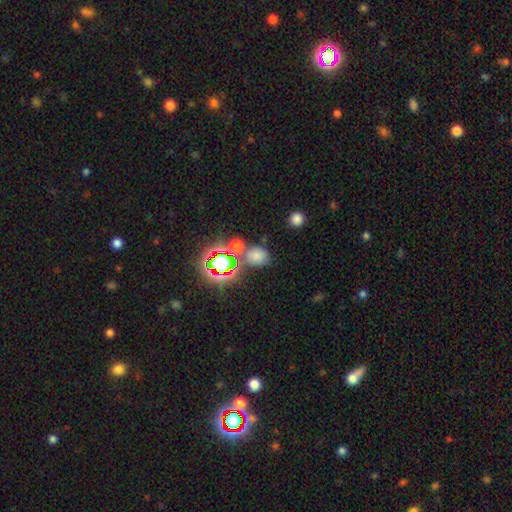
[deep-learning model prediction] smooth-or-featured: smooth: 61% | star or artifact: 30% | featured or disk: 8%
  how-rounded: in between: 51% | round: 48% | cigar-shaped: 1%
  merging: none: 66% | minor disturbance: 14% | merger: 13% | major disturbance: 6%